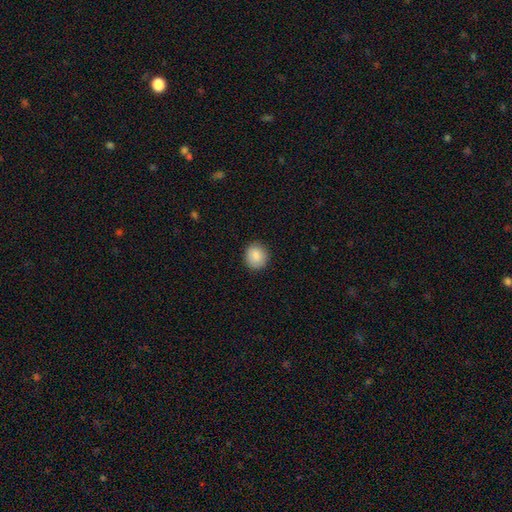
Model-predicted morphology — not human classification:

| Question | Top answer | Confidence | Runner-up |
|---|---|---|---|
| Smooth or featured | smooth | 87% | star or artifact (8%) |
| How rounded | round | 86% | in between (13%) |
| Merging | none | 90% | minor disturbance (8%) |